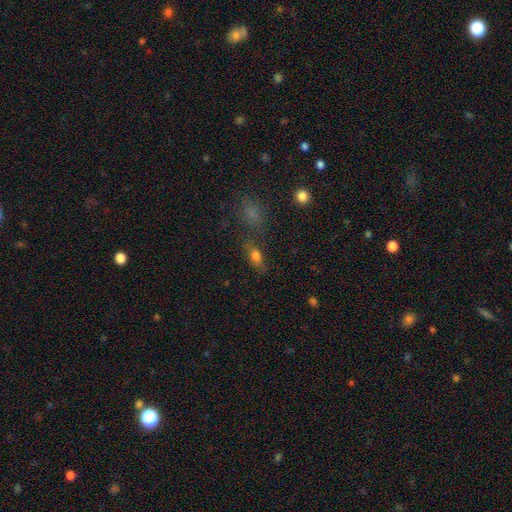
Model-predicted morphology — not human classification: Overall: smooth (68%). How rounded: in between (66%). Merging: none (63%).